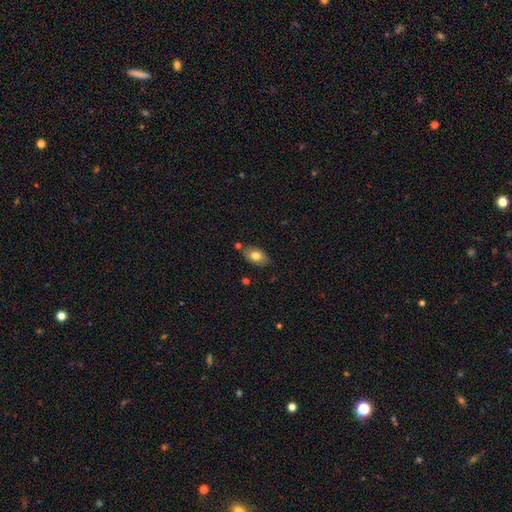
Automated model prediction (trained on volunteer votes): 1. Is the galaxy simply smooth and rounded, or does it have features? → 78% smooth, 14% featured or disk, 8% star or artifact.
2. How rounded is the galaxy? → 89% in between, 9% round, 2% cigar-shaped.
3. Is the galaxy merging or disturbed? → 76% none, 15% minor disturbance, 6% merger, 3% major disturbance.